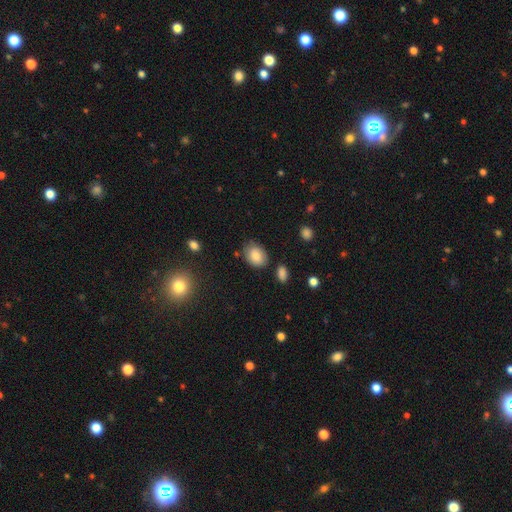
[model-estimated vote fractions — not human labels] A smooth galaxy with no disk features (84%) that is in between round and cigar-shaped (69%).

Vote fractions:
- Smooth or featured? smooth: 84% / star or artifact: 8% / featured or disk: 8%
- How rounded? in between: 69% / round: 30% / cigar-shaped: 1%
- Merging? none: 77% / minor disturbance: 16% / merger: 4% / major disturbance: 4%